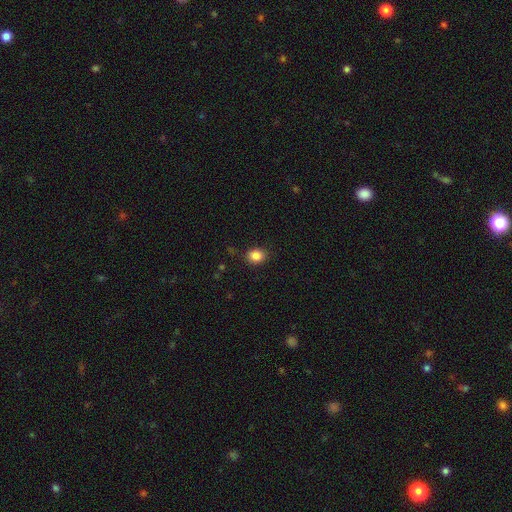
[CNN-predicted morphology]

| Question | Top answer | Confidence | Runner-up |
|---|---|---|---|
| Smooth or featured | smooth | 85% | star or artifact (10%) |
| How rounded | round | 54% | in between (45%) |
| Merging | none | 86% | minor disturbance (10%) |